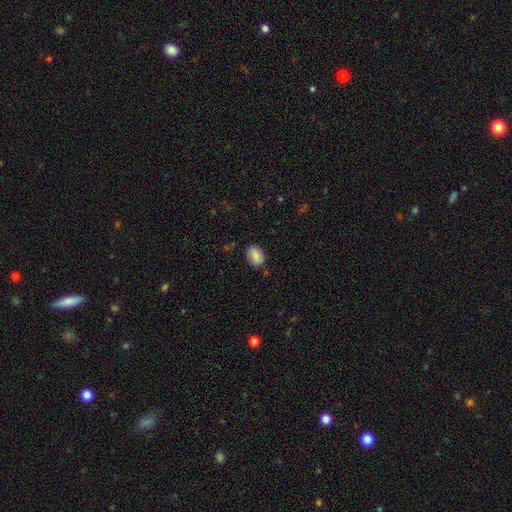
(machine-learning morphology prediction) A smooth galaxy with no disk features (87%) that is in between round and cigar-shaped (80%).

Vote fractions:
- Smooth or featured? smooth: 87% / star or artifact: 8% / featured or disk: 6%
- How rounded? in between: 80% / round: 19% / cigar-shaped: 1%
- Merging? none: 82% / minor disturbance: 13% / major disturbance: 3% / merger: 2%